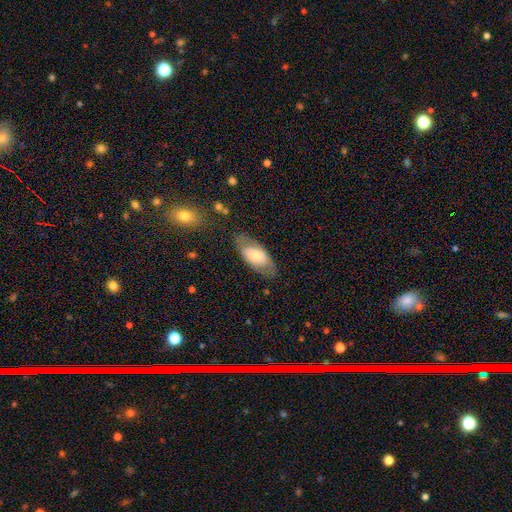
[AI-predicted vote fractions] This is likely a smooth galaxy (61%). How rounded: clearly in between (89%). Merging: likely none (72%).